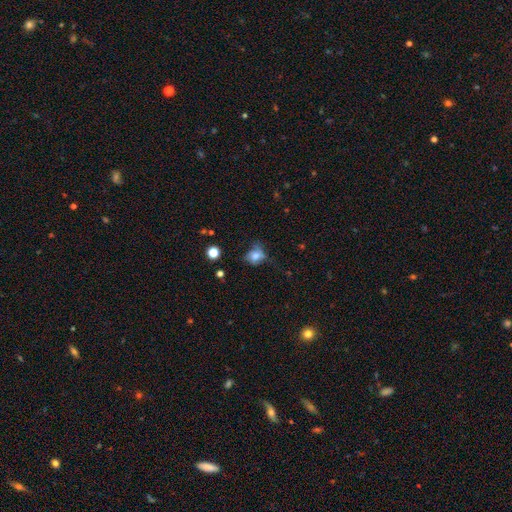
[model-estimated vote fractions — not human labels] Smooth or featured: smooth — 66% (featured or disk — 20%)
How rounded: round — 57% (in between — 41%)
Merging: none — 42% (minor disturbance — 31%)